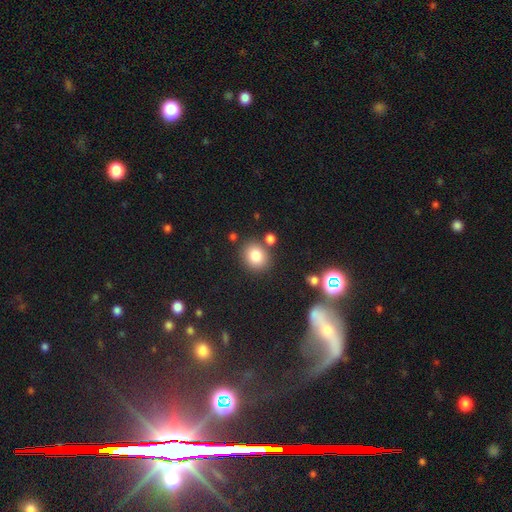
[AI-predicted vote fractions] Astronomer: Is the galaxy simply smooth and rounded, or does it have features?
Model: smooth — 82%.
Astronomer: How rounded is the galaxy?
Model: round — 74%.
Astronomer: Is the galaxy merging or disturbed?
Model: none — 78%.